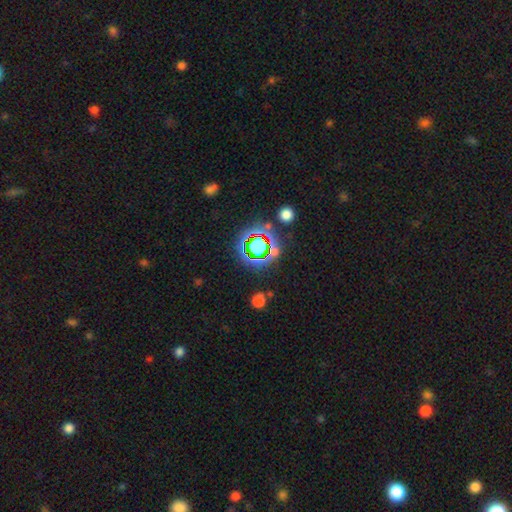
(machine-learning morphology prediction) type=star or artifact (62%).